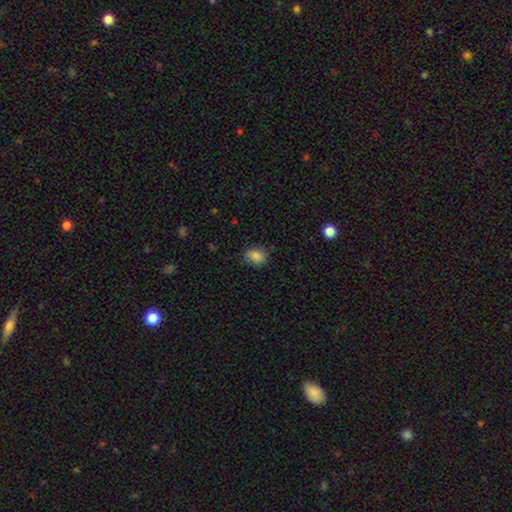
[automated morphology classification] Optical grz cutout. It shows a smooth galaxy with no disk features (84%) that is in between round and cigar-shaped (53%). Merging: none (78%).